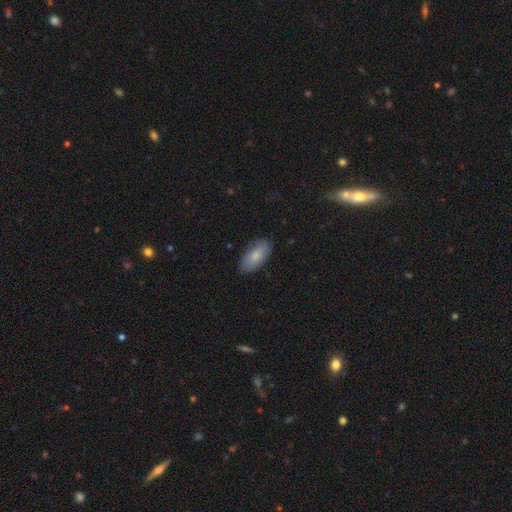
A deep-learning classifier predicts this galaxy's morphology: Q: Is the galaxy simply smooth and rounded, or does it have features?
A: smooth — 80%.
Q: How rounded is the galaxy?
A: in between — 91%.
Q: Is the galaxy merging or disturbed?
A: none — 83%.